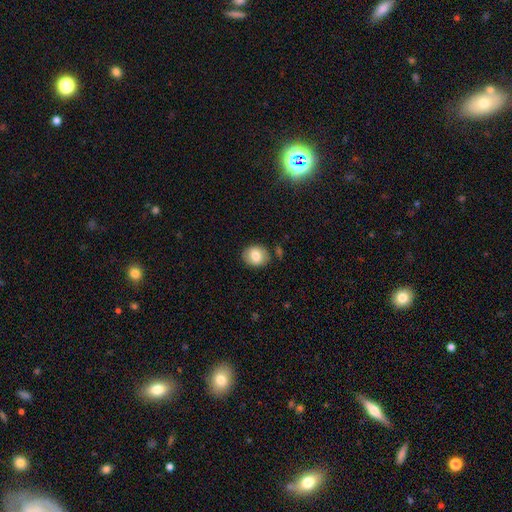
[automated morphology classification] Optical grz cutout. It shows a smooth galaxy with no disk features (80%) that is round (66%). Merging: none (83%).